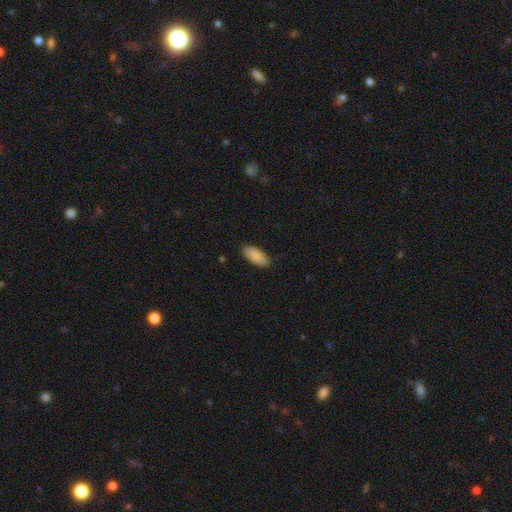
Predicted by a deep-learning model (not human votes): Smooth or featured? smooth (90%)
How rounded? in between (88%)
Merging? none (86%)